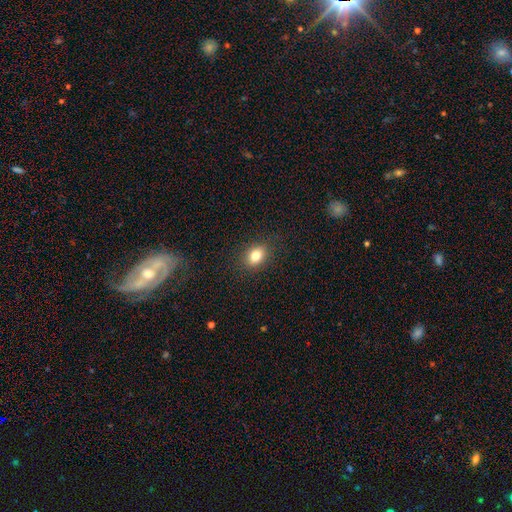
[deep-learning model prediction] Morphology: type=smooth (82%); roundness=in between (71%); merging=none (87%).